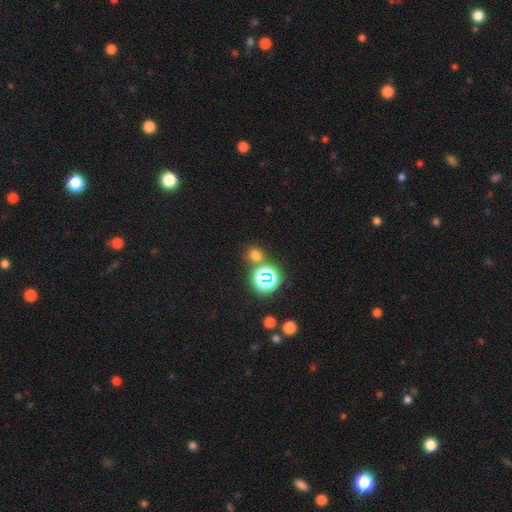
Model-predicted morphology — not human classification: Smooth or featured? Predicted: smooth (p=0.61). How rounded? Predicted: round (p=0.83). Merging? Predicted: none (p=0.74).